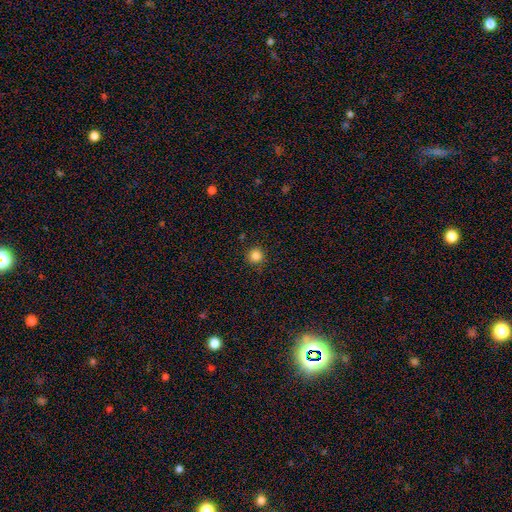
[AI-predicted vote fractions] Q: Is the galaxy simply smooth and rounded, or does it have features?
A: smooth — 84%.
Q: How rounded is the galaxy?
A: round — 95%.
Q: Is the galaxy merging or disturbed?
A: none — 90%.